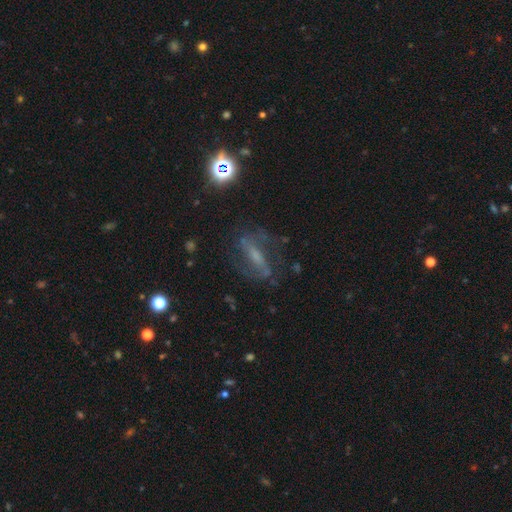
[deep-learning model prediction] smooth_or_featured: featured or disk (p=0.64) [alt: smooth p=0.20]
disk_edge_on: no (p=0.79) [alt: yes p=0.21]
bar: strong (p=0.47) [alt: weak p=0.32]
has_spiral_arms: yes (p=0.77) [alt: no p=0.23]
bulge_size: small (p=0.43) [alt: moderate p=0.27]
merging: none (p=0.68) [alt: minor disturbance p=0.17]